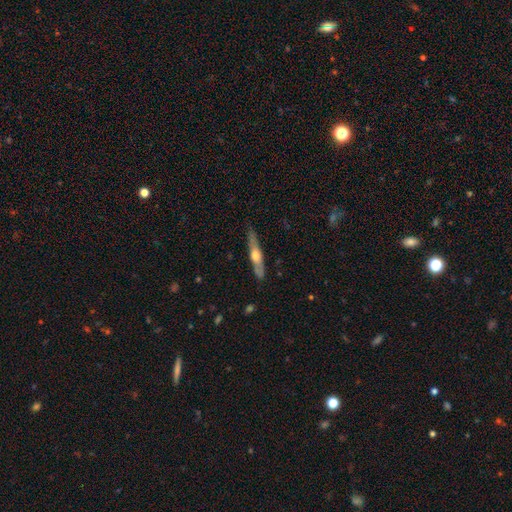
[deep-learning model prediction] Smooth or featured?
  - featured or disk: 54% *
  - smooth: 41%
  - star or artifact: 5%
Edge-on disk?
  - yes: 87% *
  - no: 13%
Merging?
  - none: 80% *
  - minor disturbance: 16%
  - major disturbance: 3%
  - merger: 2%